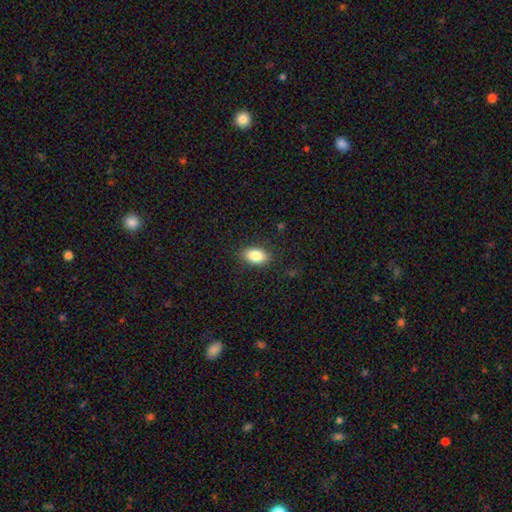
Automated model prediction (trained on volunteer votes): smooth 84%, star or artifact 8%, featured or disk 8%. Down the decision tree: how rounded — in between (89%); merging — none (87%).